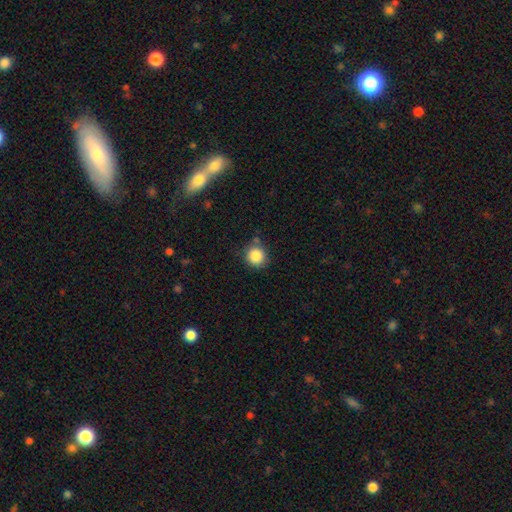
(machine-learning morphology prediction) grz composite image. It shows a smooth galaxy with no disk features (87%) that is round (92%). Merging: none (78%).